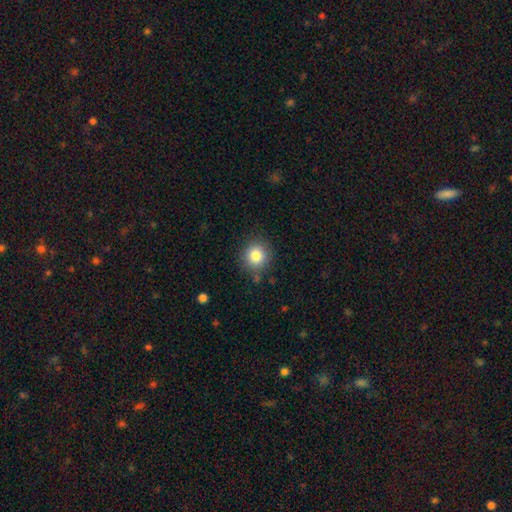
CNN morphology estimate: type=smooth (83%); roundness=round (91%); merging=none (85%).